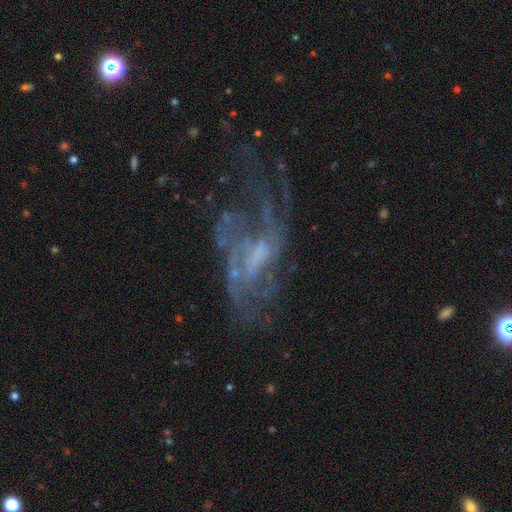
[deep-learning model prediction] A featured or disk galaxy (77%) with no bar (45%), loose (47%) spiral arms (72%) and no central bulge (40%).

Vote fractions:
- Smooth or featured? featured or disk: 77% / star or artifact: 12% / smooth: 11%
- Edge-on disk? no: 94% / yes: 6%
- Bar? no: 45% / weak: 40% / strong: 15%
- Spiral arms? yes: 72% / no: 28%
- Spiral winding? loose: 47% / medium: 36% / tight: 18%
- Spiral arm count? can't tell: 39% / 2: 27% / 3: 12% / 1: 11% / 4: 7% / more than 4: 5%
- Bulge size? none: 40% / small: 29% / moderate: 25% / large: 5% / dominant: 1%
- Merging? major disturbance: 44% / none: 35% / minor disturbance: 16% / merger: 6%